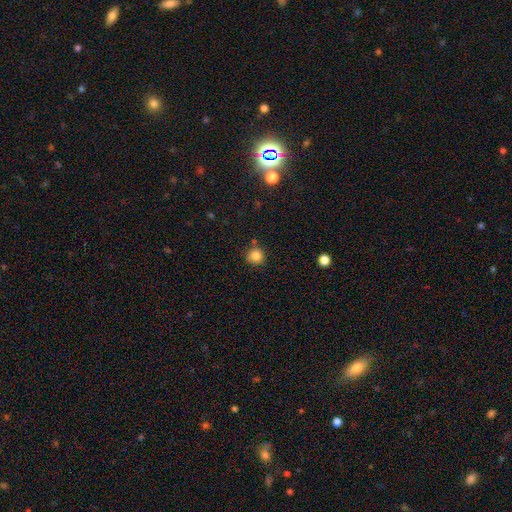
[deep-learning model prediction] A smooth galaxy with no disk features (83%) that is round (92%).

Vote fractions:
- Smooth or featured? smooth: 83% / star or artifact: 11% / featured or disk: 6%
- How rounded? round: 92% / in between: 7% / cigar-shaped: 1%
- Merging? none: 80% / minor disturbance: 12% / merger: 5% / major disturbance: 3%